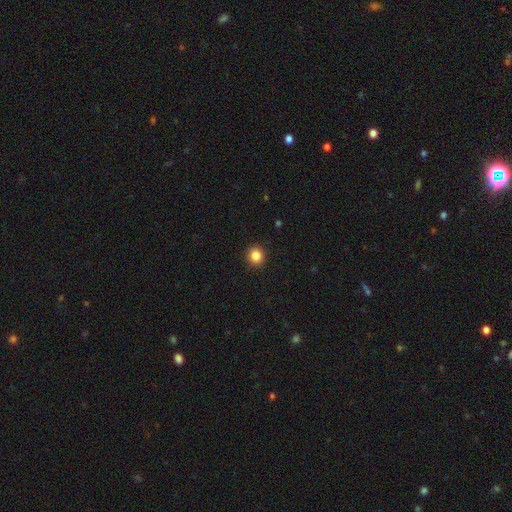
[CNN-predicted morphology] Q: Smooth or featured?
A: smooth (85%); runner-up: star or artifact (11%)
Q: How rounded?
A: round (89%); runner-up: in between (10%)
Q: Merging?
A: none (92%); runner-up: minor disturbance (5%)